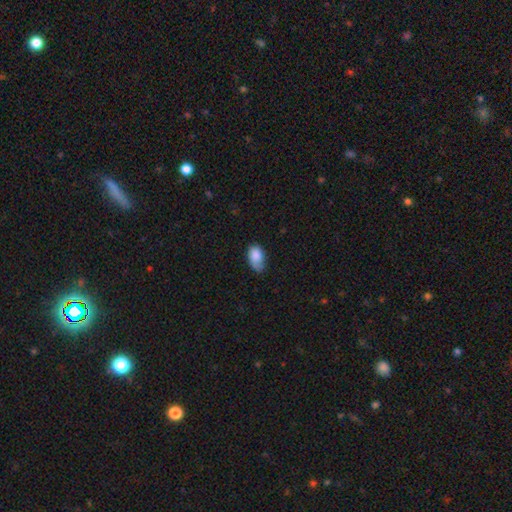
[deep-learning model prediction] Smooth or featured?
  - smooth: 81% *
  - featured or disk: 13%
  - star or artifact: 7%
How rounded?
  - in between: 90% *
  - round: 8%
  - cigar-shaped: 2%
Merging?
  - none: 49% *
  - minor disturbance: 36%
  - major disturbance: 13%
  - merger: 2%